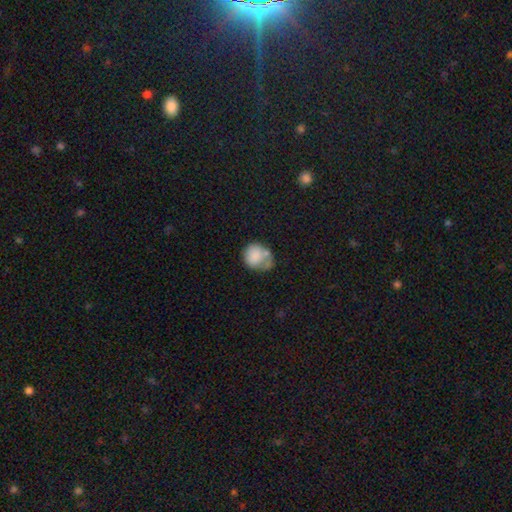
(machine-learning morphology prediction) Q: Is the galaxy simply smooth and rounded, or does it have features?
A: smooth — 75%.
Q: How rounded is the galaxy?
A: round — 67%.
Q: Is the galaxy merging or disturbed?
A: none — 35%.